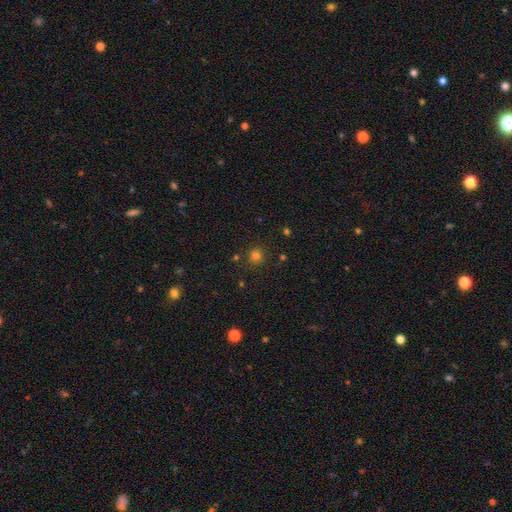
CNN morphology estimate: This is likely a smooth galaxy (78%). How rounded: clearly round (90%). Merging: clearly none (87%).